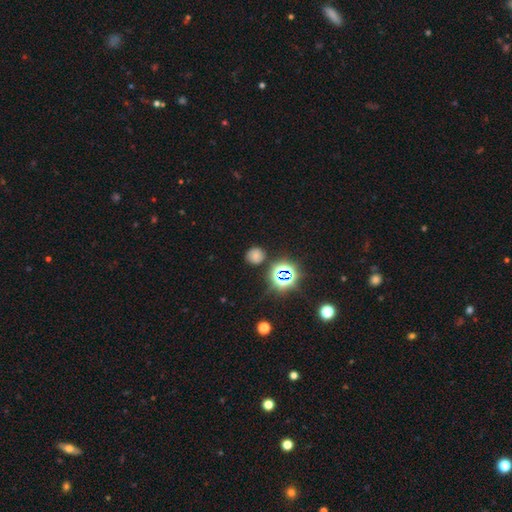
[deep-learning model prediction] Smooth or featured?
  - smooth: 64% *
  - star or artifact: 28%
  - featured or disk: 9%
How rounded?
  - round: 87% *
  - in between: 12%
  - cigar-shaped: 1%
Merging?
  - none: 82% *
  - minor disturbance: 11%
  - merger: 4%
  - major disturbance: 3%